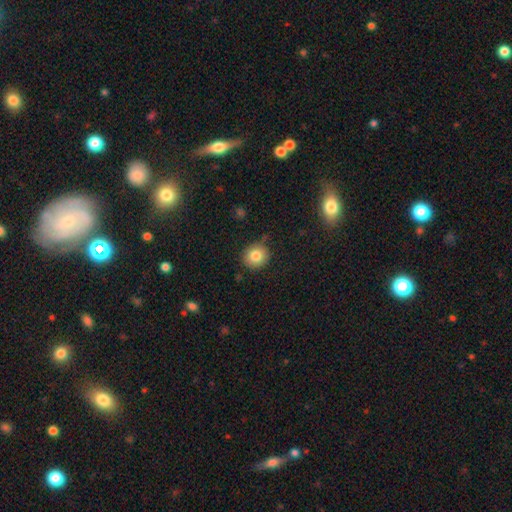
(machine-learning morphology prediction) Smooth or featured?
  - smooth: 82% *
  - star or artifact: 10%
  - featured or disk: 8%
How rounded?
  - round: 86% *
  - in between: 13%
  - cigar-shaped: 1%
Merging?
  - none: 85% *
  - minor disturbance: 10%
  - major disturbance: 2%
  - merger: 2%